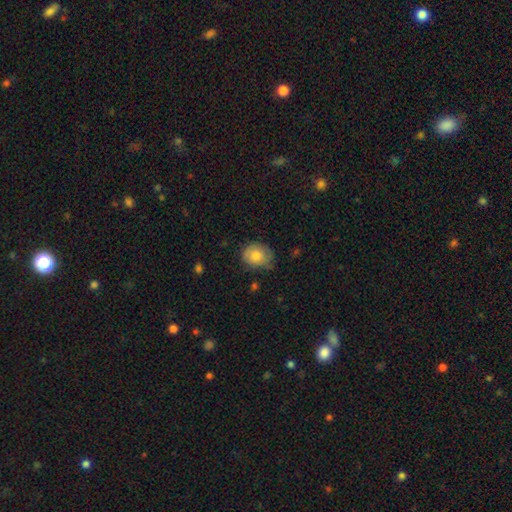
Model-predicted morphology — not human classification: A smooth galaxy with no disk features (77%) that is round (57%).

Vote fractions:
- Smooth or featured? smooth: 77% / featured or disk: 16% / star or artifact: 7%
- How rounded? round: 57% / in between: 42% / cigar-shaped: 1%
- Merging? none: 64% / minor disturbance: 28% / major disturbance: 7% / merger: 1%